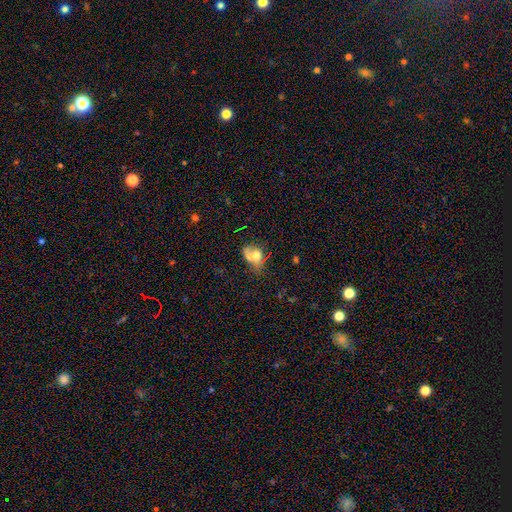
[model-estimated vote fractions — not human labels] This is likely a smooth galaxy (63%). How rounded: possibly in between (59%). Merging: possibly merger (55%).